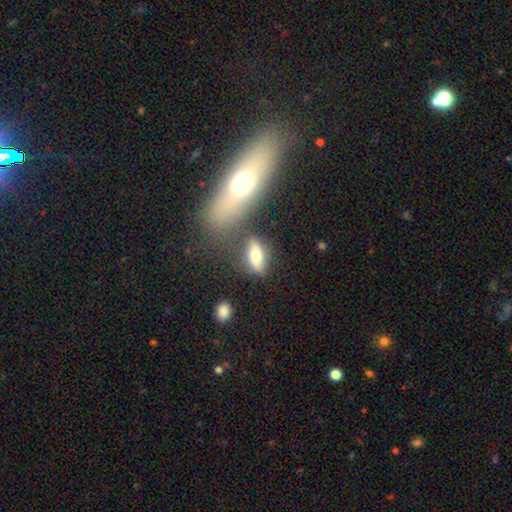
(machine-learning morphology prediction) Smooth or featured: smooth — 58% (featured or disk — 32%)
How rounded: in between — 67% (cigar-shaped — 26%)
Merging: none — 68% (minor disturbance — 16%)